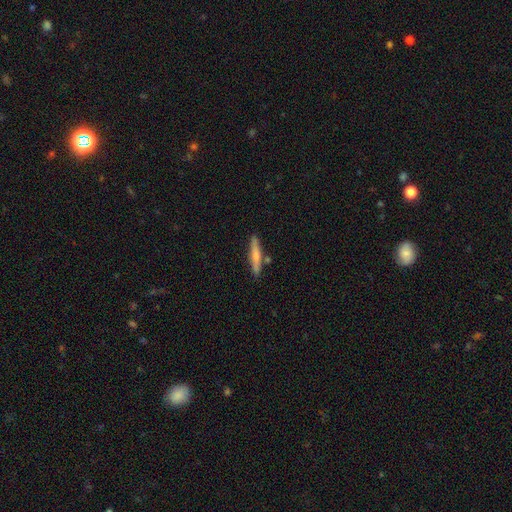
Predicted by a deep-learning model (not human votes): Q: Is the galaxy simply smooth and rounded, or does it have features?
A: smooth — 60%.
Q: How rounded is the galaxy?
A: cigar-shaped — 92%.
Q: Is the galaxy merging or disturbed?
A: none — 82%.